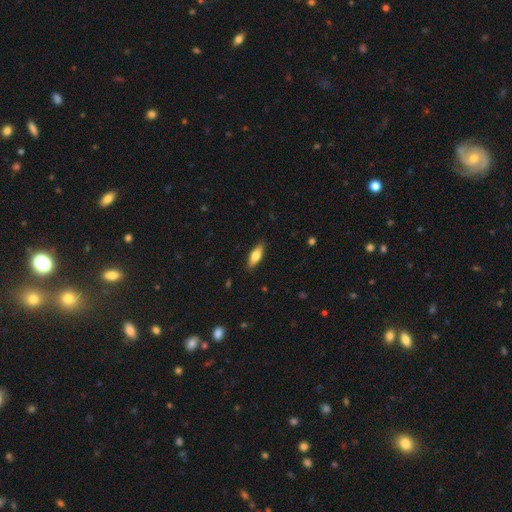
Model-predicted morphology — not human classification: Q: Smooth or featured?
A: smooth (70%); runner-up: featured or disk (24%)
Q: How rounded?
A: in between (63%); runner-up: cigar-shaped (34%)
Q: Merging?
A: none (88%); runner-up: minor disturbance (9%)